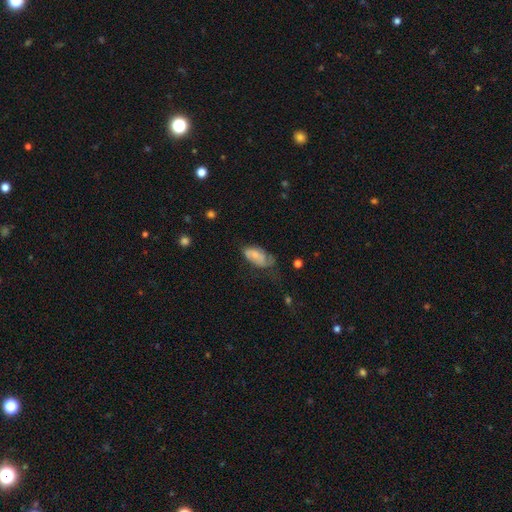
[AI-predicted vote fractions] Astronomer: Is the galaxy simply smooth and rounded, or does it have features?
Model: smooth — 58% (runner-up: featured or disk, 34%).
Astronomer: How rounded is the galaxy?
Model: in between — 91%.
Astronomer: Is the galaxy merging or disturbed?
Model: none — 37% (runner-up: minor disturbance, 34%).